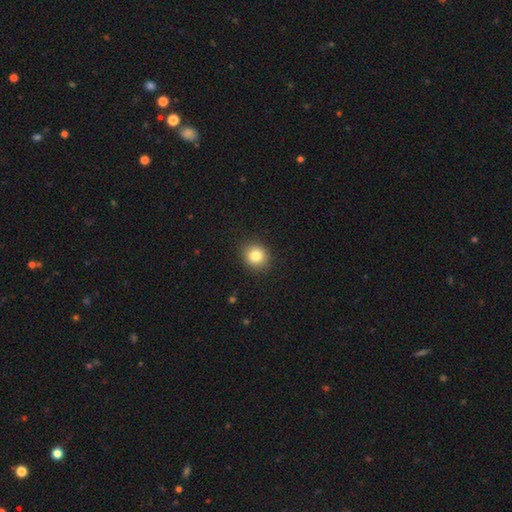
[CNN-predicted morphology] smooth 82%, star or artifact 11%, featured or disk 7%. Down the decision tree: how rounded — round (83%); merging — none (90%).